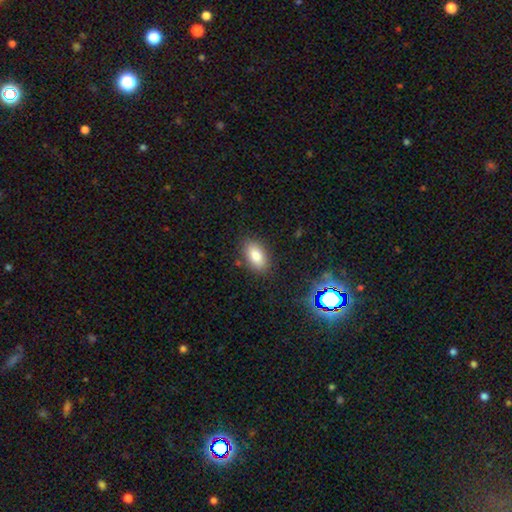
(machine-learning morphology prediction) smooth-or-featured: smooth: 82% | star or artifact: 9% | featured or disk: 8%
  how-rounded: in between: 92% | round: 5% | cigar-shaped: 3%
  merging: none: 85% | minor disturbance: 11% | major disturbance: 3% | merger: 2%